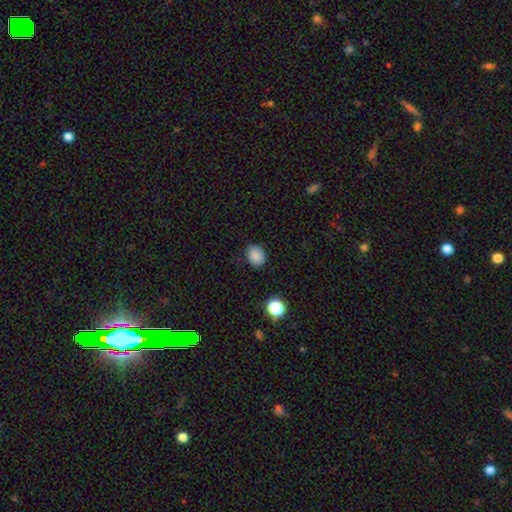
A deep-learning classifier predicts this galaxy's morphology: This appears to be a smooth galaxy with no disk features (86%) that is in between round and cigar-shaped (63%). Merging: none (84%).